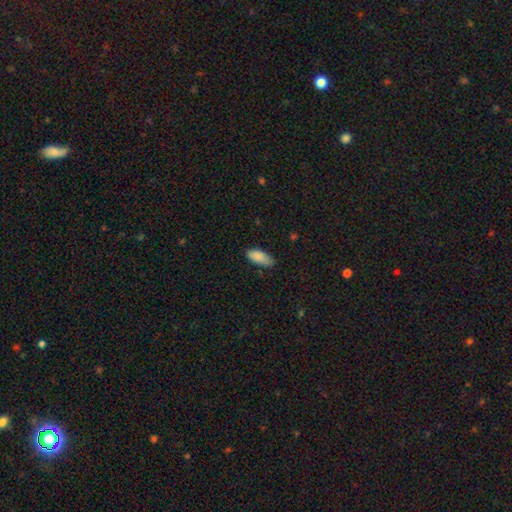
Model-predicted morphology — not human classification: Smooth or featured: smooth — 85% (star or artifact — 8%)
How rounded: in between — 79% (cigar-shaped — 19%)
Merging: none — 74% (minor disturbance — 21%)